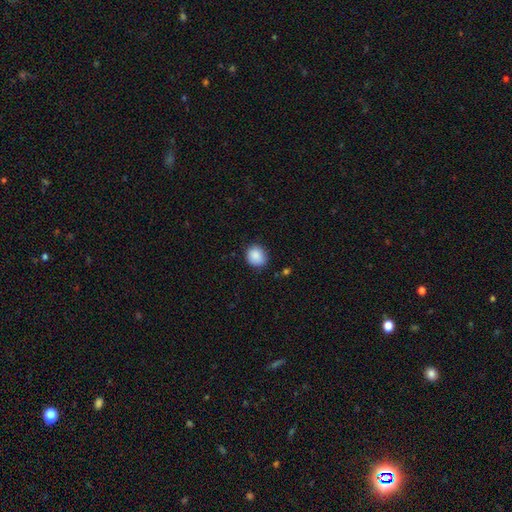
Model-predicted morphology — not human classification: Smooth or featured: smooth — 89% (star or artifact — 8%)
How rounded: round — 75% (in between — 24%)
Merging: none — 81% (minor disturbance — 15%)